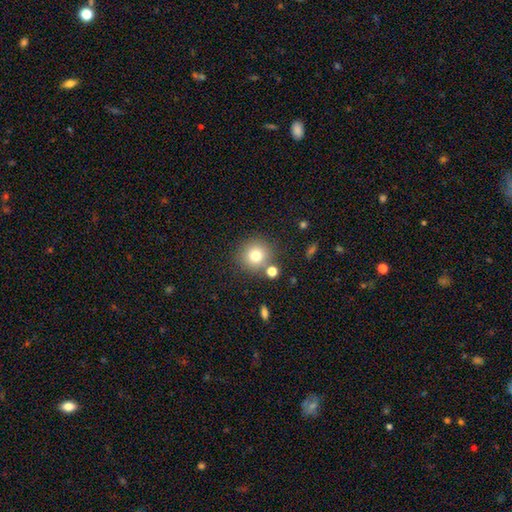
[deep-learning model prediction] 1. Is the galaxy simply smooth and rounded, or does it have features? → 78% smooth, 12% star or artifact, 10% featured or disk.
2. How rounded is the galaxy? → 92% round, 7% in between, 1% cigar-shaped.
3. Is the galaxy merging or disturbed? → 77% none, 11% merger, 9% minor disturbance, 3% major disturbance.